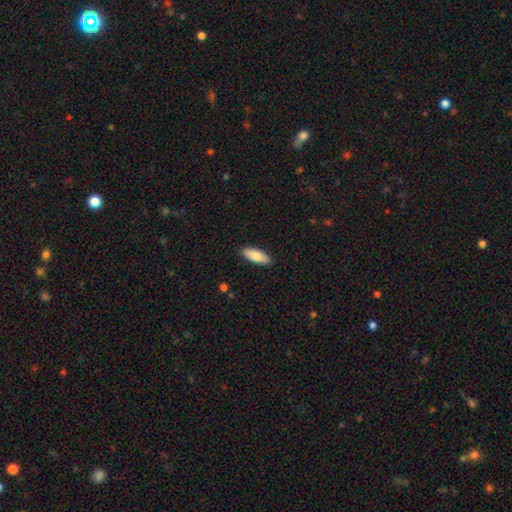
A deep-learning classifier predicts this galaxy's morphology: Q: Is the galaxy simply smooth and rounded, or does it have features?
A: smooth — 82%.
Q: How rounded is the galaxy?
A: in between — 74%.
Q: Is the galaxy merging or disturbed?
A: none — 89%.